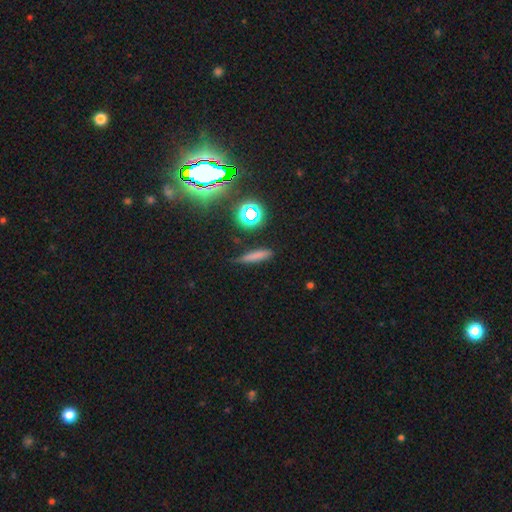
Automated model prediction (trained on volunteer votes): Smooth or featured? smooth (68%)
How rounded? cigar-shaped (84%)
Merging? none (76%)